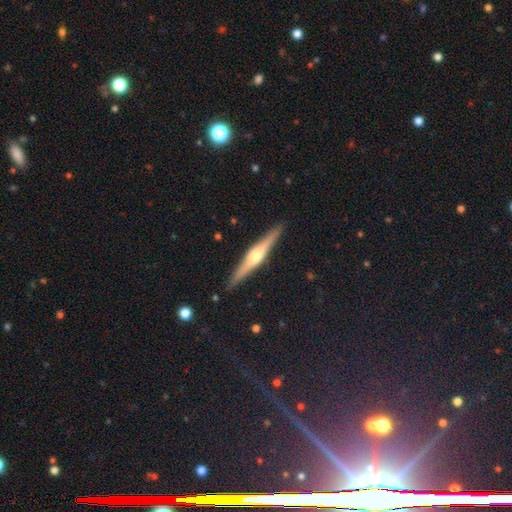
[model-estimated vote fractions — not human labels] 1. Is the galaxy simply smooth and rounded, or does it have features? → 74% featured or disk, 20% smooth, 5% star or artifact.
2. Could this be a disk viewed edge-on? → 98% yes, 2% no.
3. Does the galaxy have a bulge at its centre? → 86% rounded, 10% boxy, 5% none.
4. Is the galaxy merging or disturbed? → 90% none, 7% minor disturbance, 1% major disturbance, 1% merger.